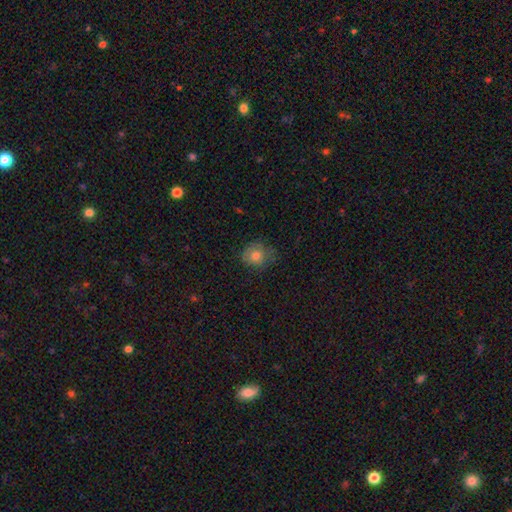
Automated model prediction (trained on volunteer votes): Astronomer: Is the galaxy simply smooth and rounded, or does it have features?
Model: smooth — 79%.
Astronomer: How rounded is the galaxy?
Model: round — 77%.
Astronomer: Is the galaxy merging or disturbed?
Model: none — 66%.